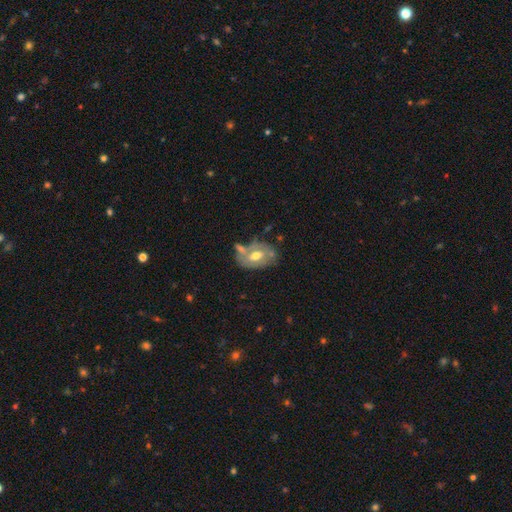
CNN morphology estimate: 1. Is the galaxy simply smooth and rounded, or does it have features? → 52% featured or disk, 41% smooth, 7% star or artifact.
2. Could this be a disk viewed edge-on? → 92% no, 8% yes.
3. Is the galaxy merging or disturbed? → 45% none, 23% merger, 22% minor disturbance, 9% major disturbance.